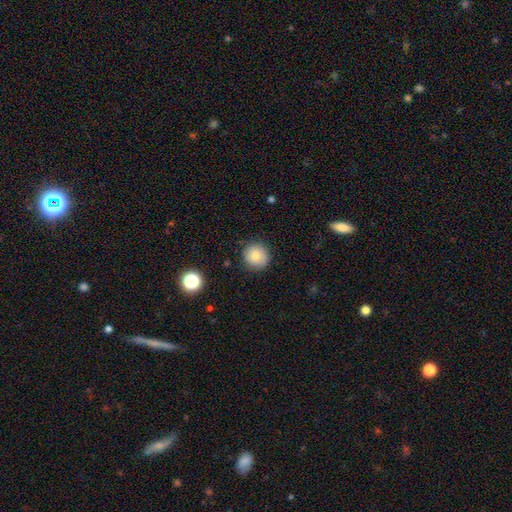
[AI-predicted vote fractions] The model was most divided on "smooth or featured": smooth: 81%, star or artifact: 10%, featured or disk: 9%. More confident: how rounded — round (92%); merging — none (88%).